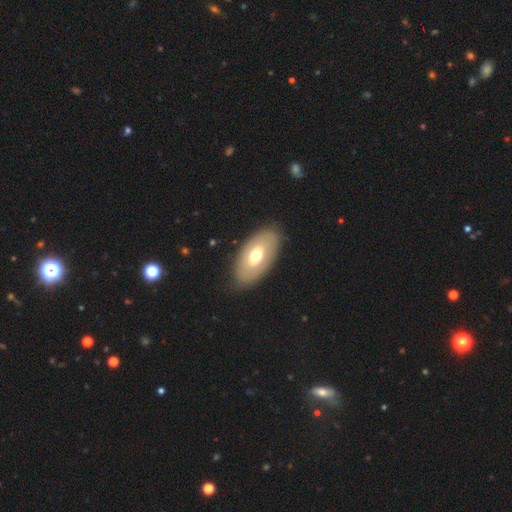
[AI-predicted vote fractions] smooth_or_featured: smooth (p=0.58) [alt: featured or disk p=0.36]
how_rounded: in between (p=0.93) [alt: round p=0.04]
merging: none (p=0.86) [alt: minor disturbance p=0.10]